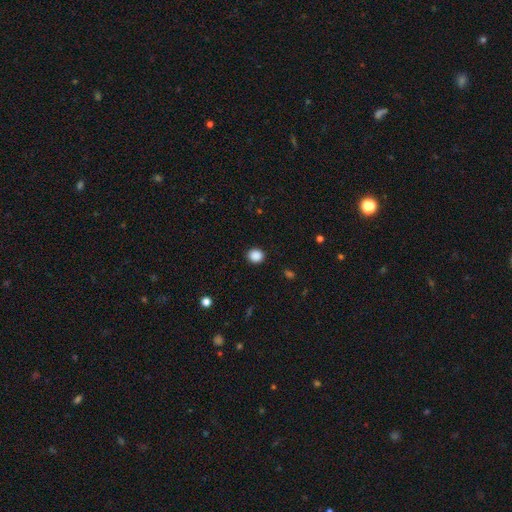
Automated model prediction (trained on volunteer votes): Smooth or featured? smooth (88%)
How rounded? round (81%)
Merging? none (90%)